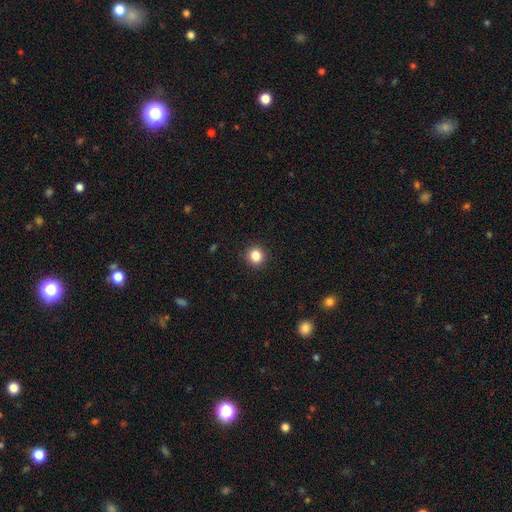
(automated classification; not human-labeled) Smooth or featured?
  - smooth: 84% *
  - star or artifact: 11%
  - featured or disk: 4%
How rounded?
  - round: 91% *
  - in between: 8%
  - cigar-shaped: 1%
Merging?
  - none: 92% *
  - minor disturbance: 5%
  - major disturbance: 2%
  - merger: 1%